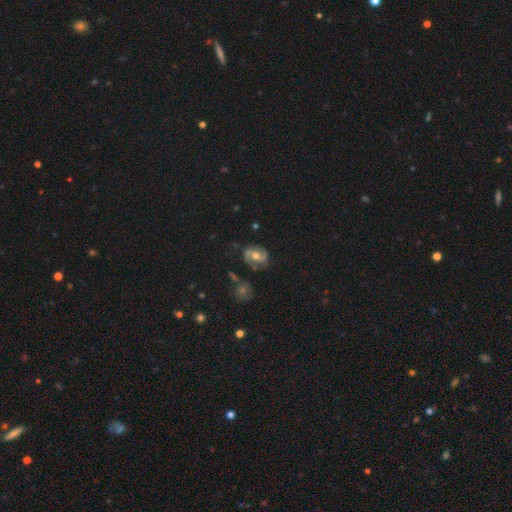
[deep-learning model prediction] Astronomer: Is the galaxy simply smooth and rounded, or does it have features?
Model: featured or disk — 65%.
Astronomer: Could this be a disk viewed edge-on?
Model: no — 97%.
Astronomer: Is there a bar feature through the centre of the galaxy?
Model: no — 50% (runner-up: weak, 36%).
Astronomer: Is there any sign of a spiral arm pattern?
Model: yes — 84%.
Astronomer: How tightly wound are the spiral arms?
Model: medium — 47% (runner-up: loose, 27%).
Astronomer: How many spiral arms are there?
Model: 2 — 87%.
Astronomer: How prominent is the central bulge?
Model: moderate — 77%.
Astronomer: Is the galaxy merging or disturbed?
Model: none — 73%.